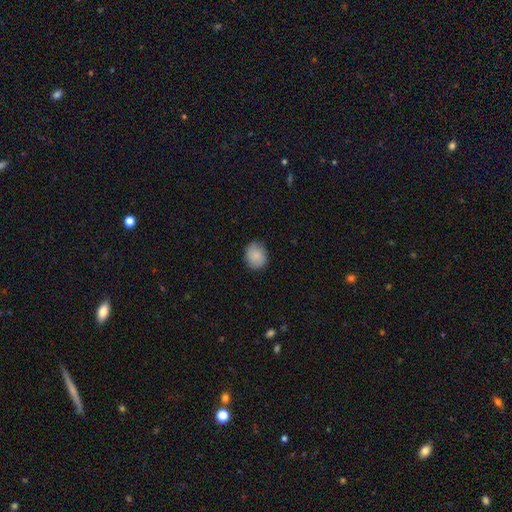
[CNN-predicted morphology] type=smooth (83%); roundness=round (66%); merging=none (82%).